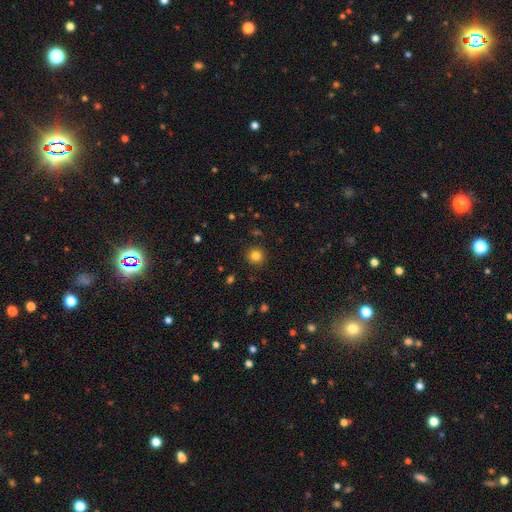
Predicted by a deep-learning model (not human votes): Smooth or featured?
  - smooth: 82% *
  - star or artifact: 12%
  - featured or disk: 5%
How rounded?
  - round: 94% *
  - in between: 6%
  - cigar-shaped: 1%
Merging?
  - none: 91% *
  - minor disturbance: 6%
  - major disturbance: 2%
  - merger: 1%